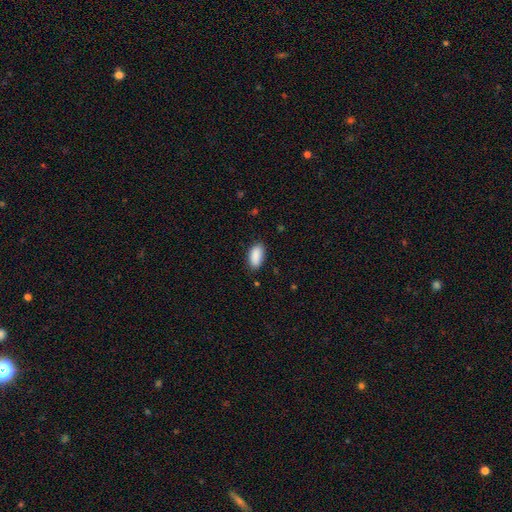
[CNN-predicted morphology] This is clearly a smooth galaxy (90%). How rounded: clearly in between (91%). Merging: clearly none (82%).